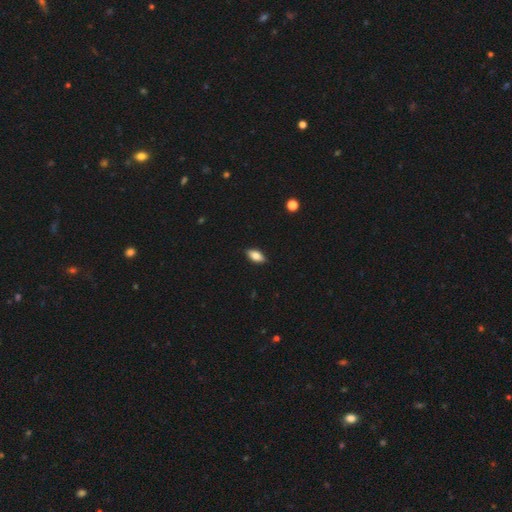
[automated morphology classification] smooth-or-featured: smooth: 79% | featured or disk: 14% | star or artifact: 7%
  how-rounded: in between: 89% | cigar-shaped: 8% | round: 3%
  merging: none: 88% | minor disturbance: 9% | major disturbance: 2% | merger: 1%